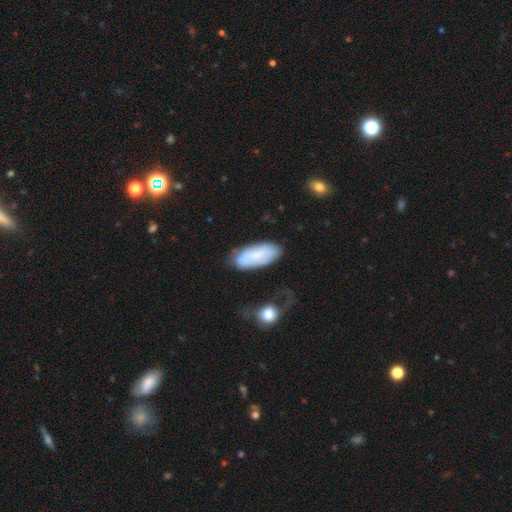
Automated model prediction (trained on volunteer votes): smooth-or-featured: smooth: 68% | featured or disk: 25% | star or artifact: 7%
  how-rounded: in between: 82% | cigar-shaped: 16% | round: 2%
  merging: none: 66% | minor disturbance: 22% | major disturbance: 7% | merger: 5%